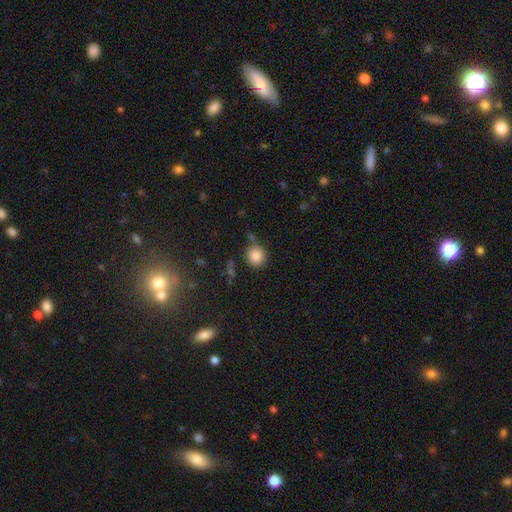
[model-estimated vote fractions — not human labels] This is clearly a smooth galaxy (85%). How rounded: clearly round (90%). Merging: likely none (77%).